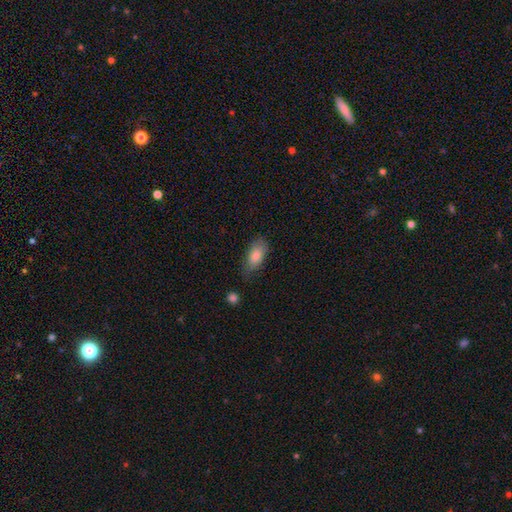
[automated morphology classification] smooth 82%, featured or disk 11%, star or artifact 7%. Down the decision tree: how rounded — in between (89%); merging — none (71%).